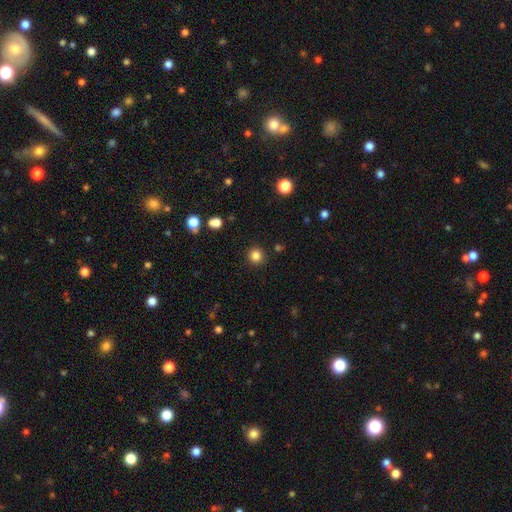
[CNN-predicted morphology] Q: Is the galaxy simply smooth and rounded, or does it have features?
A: smooth — 84%.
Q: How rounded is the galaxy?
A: round — 95%.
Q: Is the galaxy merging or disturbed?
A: none — 91%.